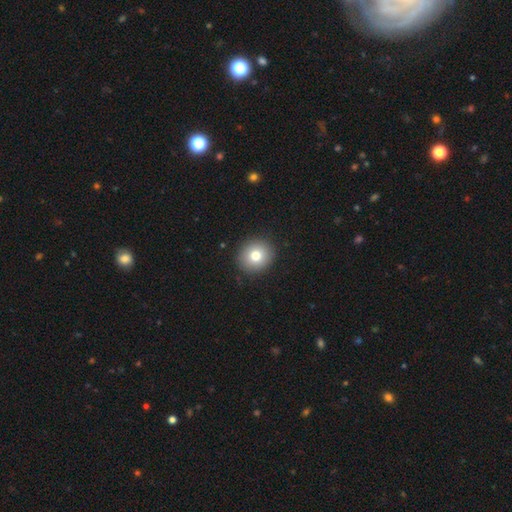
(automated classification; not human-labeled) smooth 79%, featured or disk 11%, star or artifact 10%. Down the decision tree: how rounded — round (86%); merging — none (91%).